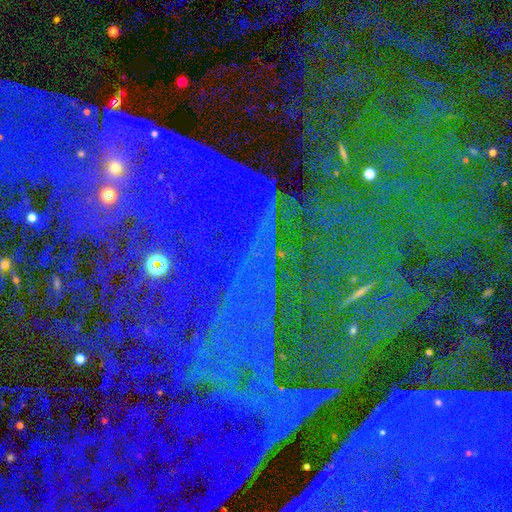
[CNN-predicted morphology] star or artifact 87%, featured or disk 7%, smooth 6%.